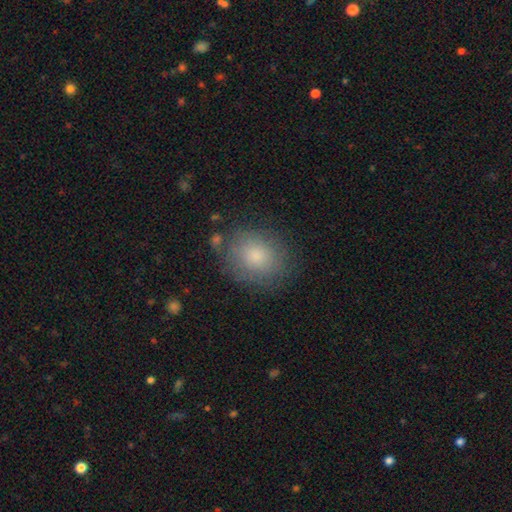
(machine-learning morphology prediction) A smooth galaxy with no disk features (77%) that is round (53%). Merging: none (75%).